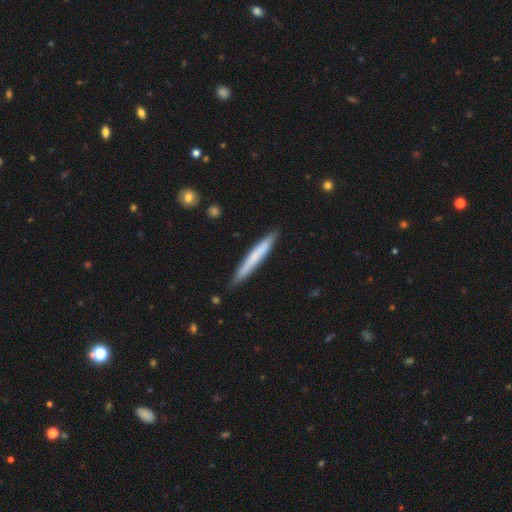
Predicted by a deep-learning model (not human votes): The model was most divided on "smooth or featured": smooth: 64%, featured or disk: 31%, star or artifact: 5%. More confident: how rounded — cigar-shaped (96%); merging — none (87%).